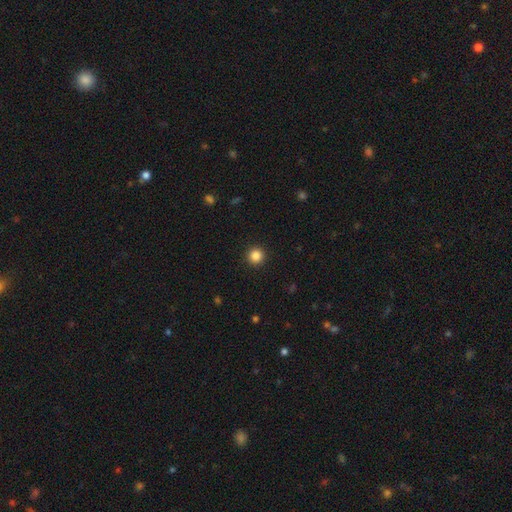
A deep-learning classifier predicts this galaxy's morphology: A smooth galaxy with no disk features (86%) that is round (96%).

Vote fractions:
- Smooth or featured? smooth: 86% / star or artifact: 11% / featured or disk: 4%
- How rounded? round: 96% / in between: 3% / cigar-shaped: 1%
- Merging? none: 93% / minor disturbance: 4% / major disturbance: 2% / merger: 1%